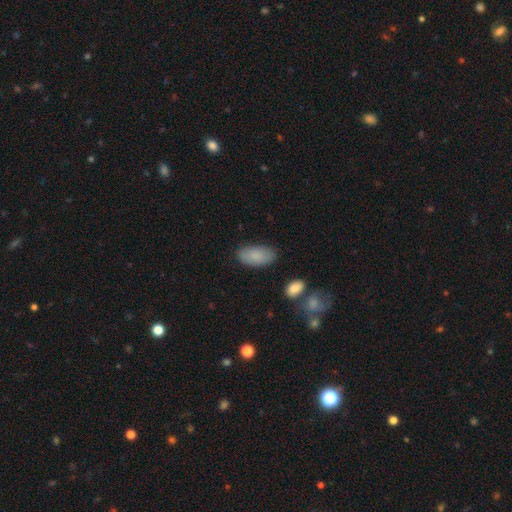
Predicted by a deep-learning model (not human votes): This is clearly a smooth galaxy (87%). How rounded: clearly in between (94%). Merging: clearly none (84%).